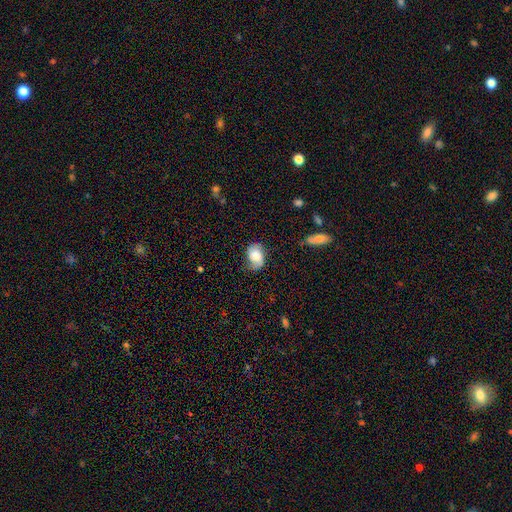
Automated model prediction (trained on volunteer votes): This appears to be a smooth galaxy with no disk features (50%) that is in between round and cigar-shaped (80%). Merging: none (61%).